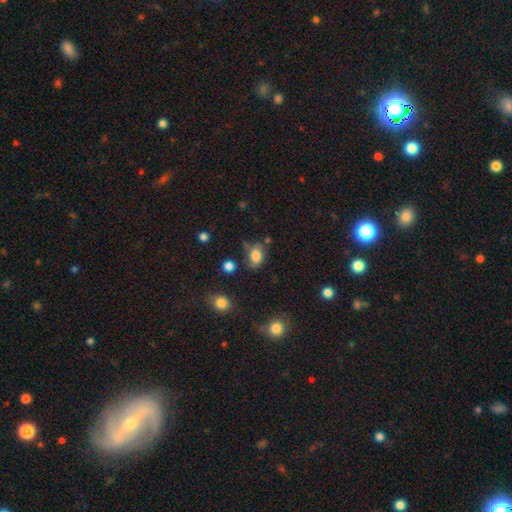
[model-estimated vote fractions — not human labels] This appears to be a smooth galaxy with no disk features (80%) that is in between round and cigar-shaped (77%). Merging: none (59%).